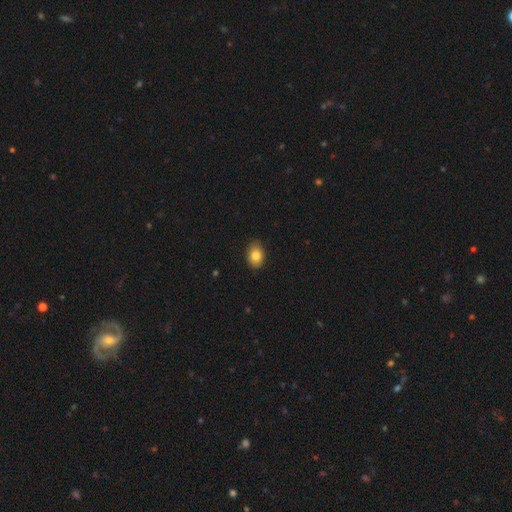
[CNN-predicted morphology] Smooth or featured?
  - smooth: 82% *
  - featured or disk: 9%
  - star or artifact: 8%
How rounded?
  - in between: 79% *
  - round: 20%
  - cigar-shaped: 1%
Merging?
  - none: 85% *
  - minor disturbance: 12%
  - major disturbance: 2%
  - merger: 1%